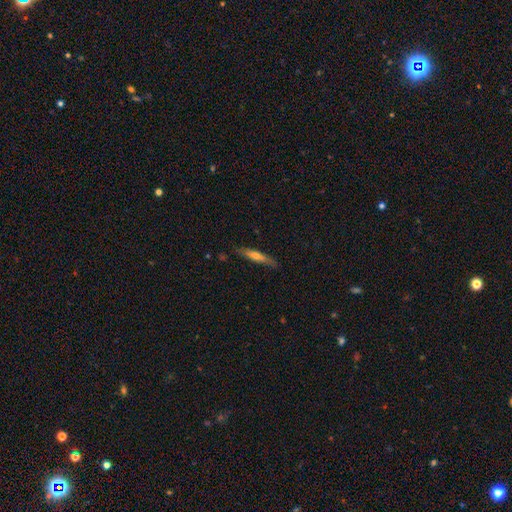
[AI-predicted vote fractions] Morphology: type=smooth (50%); roundness=cigar-shaped (88%); merging=none (80%).